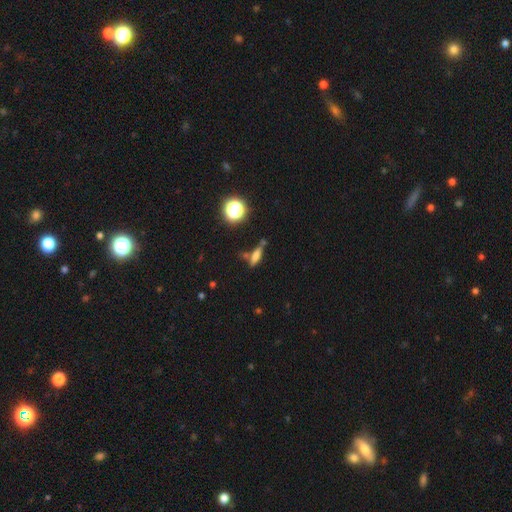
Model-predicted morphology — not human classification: The model was most divided on "how rounded": cigar-shaped: 58%, in between: 34%, round: 8%. More confident: smooth or featured — smooth (61%); merging — none (56%).